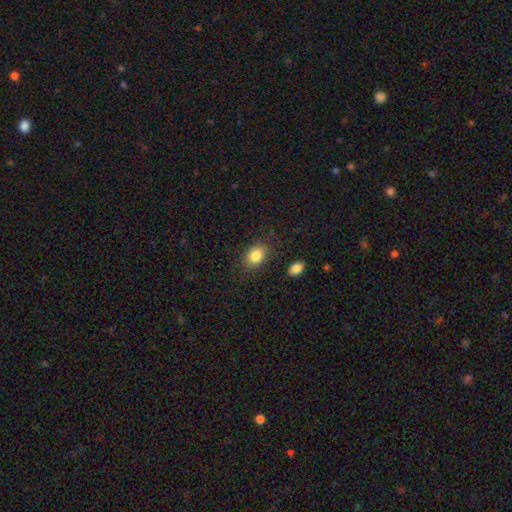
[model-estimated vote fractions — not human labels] A smooth galaxy with no disk features (83%) that is in between round and cigar-shaped (71%).

Vote fractions:
- Smooth or featured? smooth: 83% / star or artifact: 9% / featured or disk: 8%
- How rounded? in between: 71% / round: 28% / cigar-shaped: 1%
- Merging? none: 83% / minor disturbance: 12% / major disturbance: 4% / merger: 2%